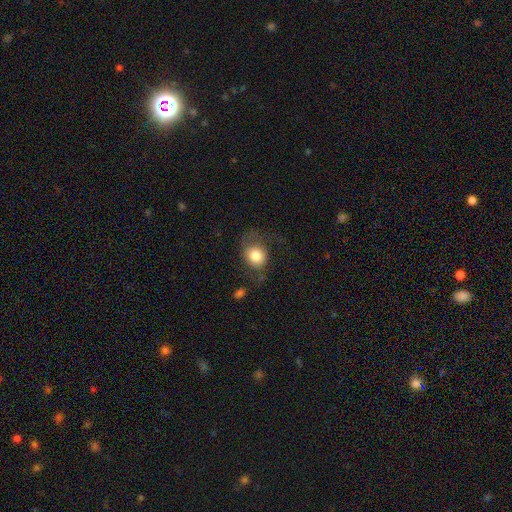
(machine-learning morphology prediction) This is likely a smooth galaxy (73%). How rounded: likely round (64%). Merging: possibly none (45%).